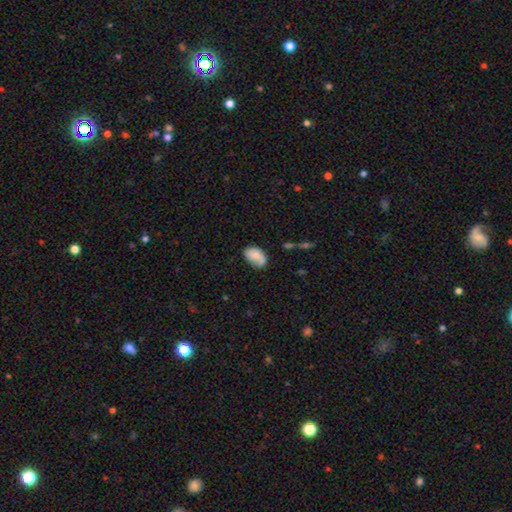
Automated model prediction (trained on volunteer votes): smooth_or_featured: smooth (p=0.70) [alt: featured or disk p=0.22]
how_rounded: in between (p=0.87) [alt: round p=0.12]
merging: none (p=0.54) [alt: minor disturbance p=0.28]